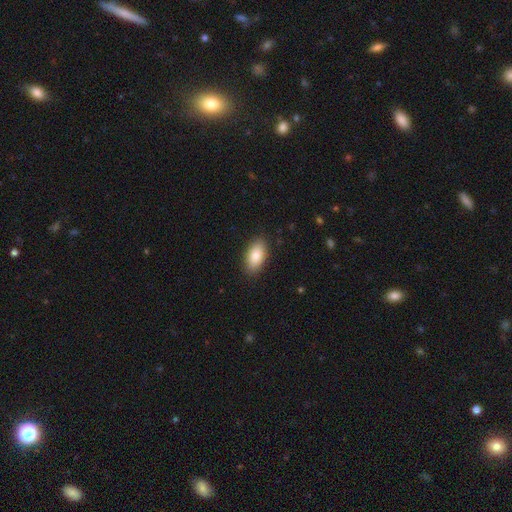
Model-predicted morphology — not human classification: This appears to be a smooth galaxy with no disk features (85%) that is in between round and cigar-shaped (93%). Merging: none (88%).